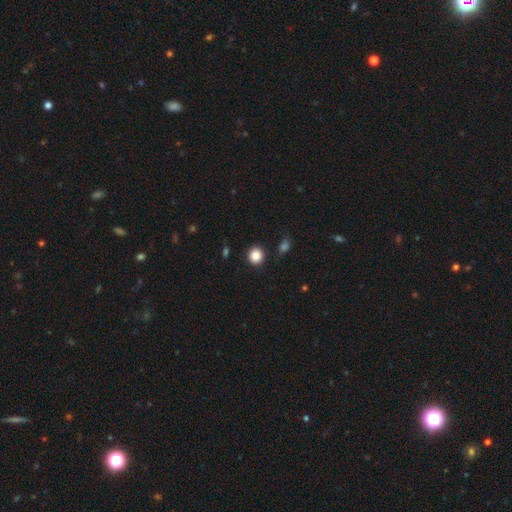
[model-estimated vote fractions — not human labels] smooth 86%, star or artifact 10%, featured or disk 4%. Down the decision tree: how rounded — round (87%); merging — none (87%).